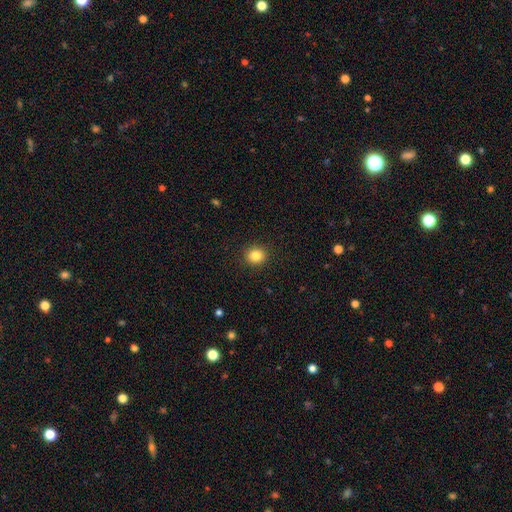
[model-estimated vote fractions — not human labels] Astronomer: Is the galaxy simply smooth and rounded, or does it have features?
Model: smooth — 84%.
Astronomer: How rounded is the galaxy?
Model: round — 84%.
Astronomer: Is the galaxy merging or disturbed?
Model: none — 92%.